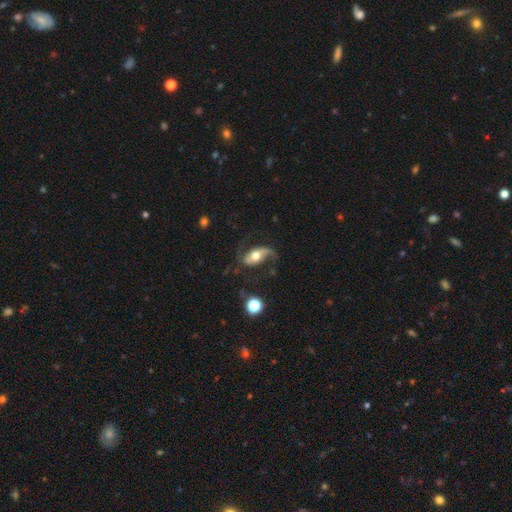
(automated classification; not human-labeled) Q: Smooth or featured?
A: featured or disk (69%); runner-up: smooth (24%)
Q: Edge-on disk?
A: no (91%); runner-up: yes (9%)
Q: Bar?
A: no (48%); runner-up: weak (28%)
Q: Spiral arms?
A: yes (87%); runner-up: no (13%)
Q: Spiral winding?
A: loose (66%); runner-up: medium (26%)
Q: Spiral arm count?
A: 2 (77%); runner-up: 1 (16%)
Q: Bulge size?
A: moderate (67%); runner-up: large (19%)
Q: Merging?
A: none (53%); runner-up: major disturbance (23%)